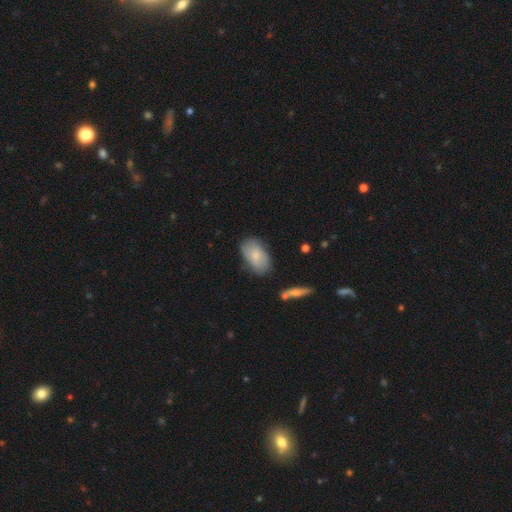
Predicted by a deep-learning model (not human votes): Smooth or featured? Predicted: smooth (p=0.75). How rounded? Predicted: in between (p=0.92). Merging? Predicted: none (p=0.72).